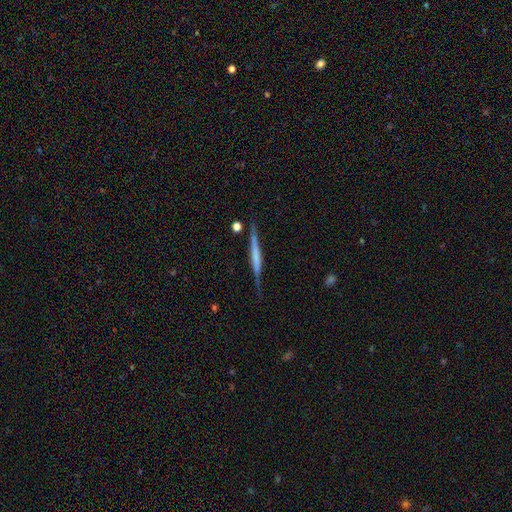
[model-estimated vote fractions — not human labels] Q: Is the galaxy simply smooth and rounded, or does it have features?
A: featured or disk — 60%.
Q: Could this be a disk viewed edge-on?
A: yes — 96%.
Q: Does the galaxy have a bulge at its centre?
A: none — 59%.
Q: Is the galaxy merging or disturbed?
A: none — 79%.